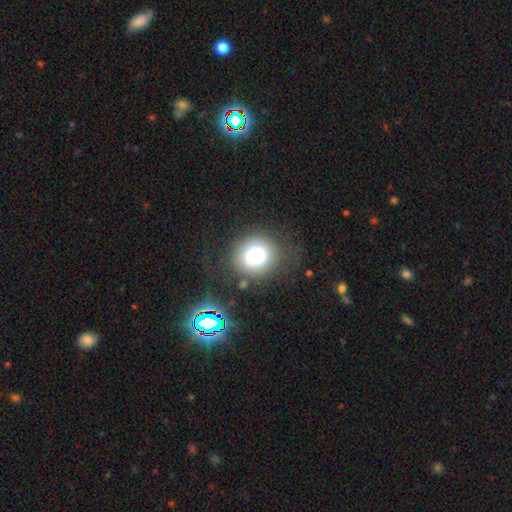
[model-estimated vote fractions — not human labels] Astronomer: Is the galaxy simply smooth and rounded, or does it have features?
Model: smooth — 68%.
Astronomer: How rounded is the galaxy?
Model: round — 87%.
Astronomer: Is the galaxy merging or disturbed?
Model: none — 72%.